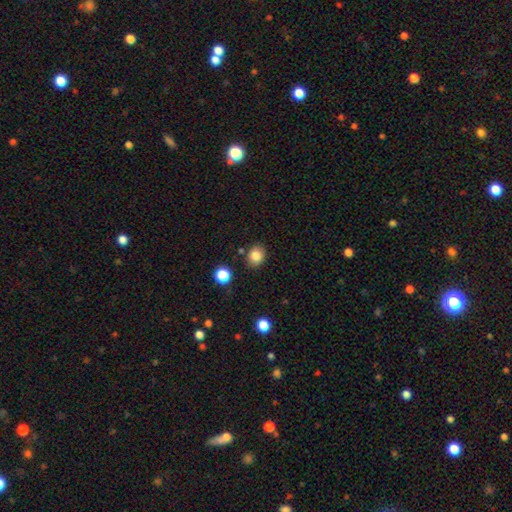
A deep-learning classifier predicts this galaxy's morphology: A smooth galaxy with no disk features (83%) that is round (57%). Merging: none (84%).